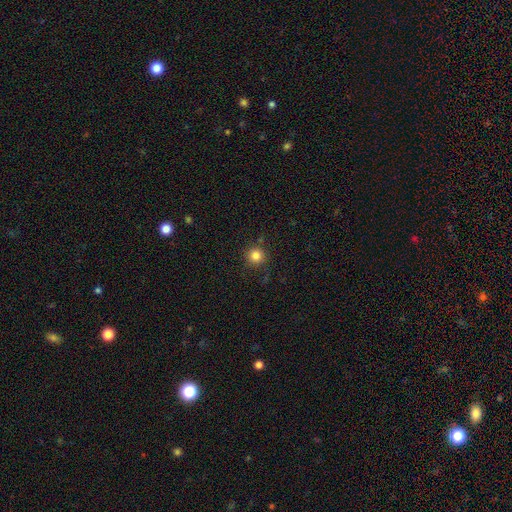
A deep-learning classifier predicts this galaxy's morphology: smooth 83%, star or artifact 12%, featured or disk 5%. Down the decision tree: how rounded — round (95%); merging — none (86%).